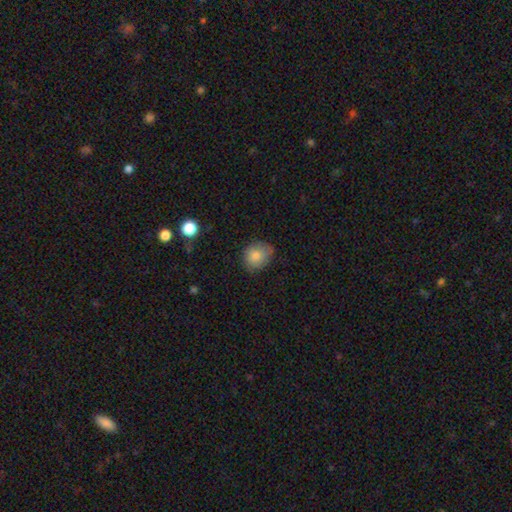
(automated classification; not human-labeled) smooth_or_featured: smooth (p=0.83) [alt: star or artifact p=0.09]
how_rounded: round (p=0.64) [alt: in between p=0.35]
merging: none (p=0.68) [alt: minor disturbance p=0.26]